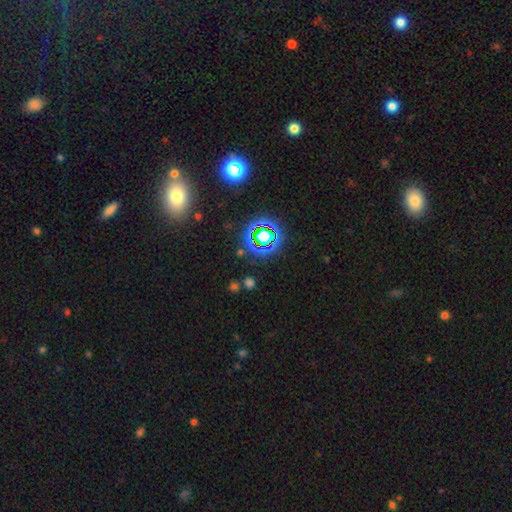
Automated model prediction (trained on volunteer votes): Overall: star or artifact (57%; smooth 32%).